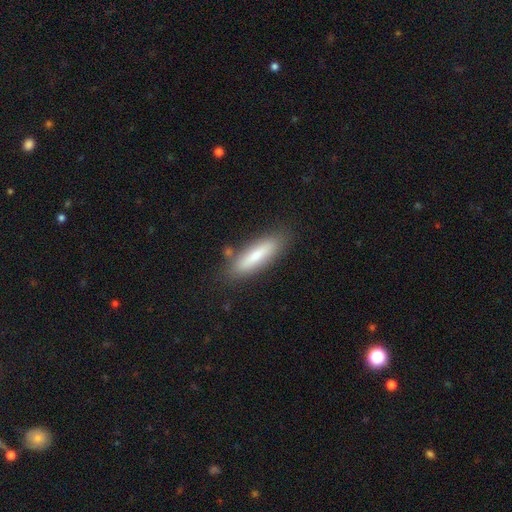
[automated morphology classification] smooth 73%, featured or disk 20%, star or artifact 7%. Down the decision tree: how rounded — cigar-shaped (65%); merging — none (81%).